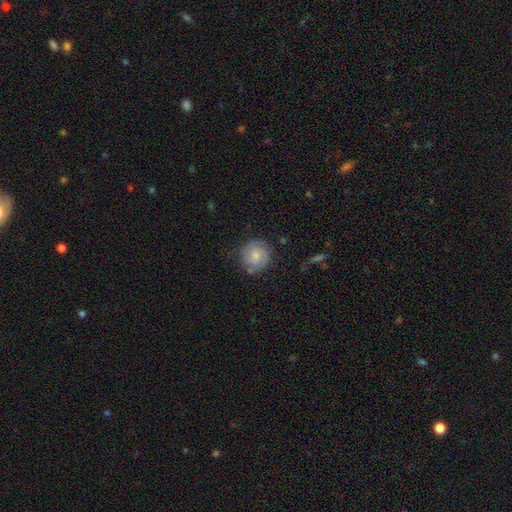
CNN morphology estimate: Overall: smooth (48%; featured or disk 45%). Merging: none (79%).